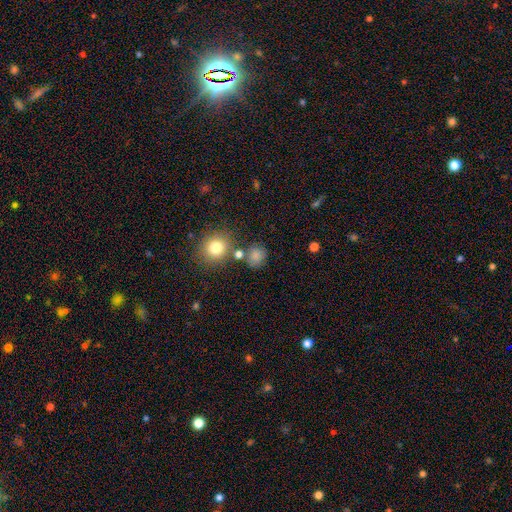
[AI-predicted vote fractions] Overall: smooth (81%). How rounded: round (84%). Merging: none (73%).